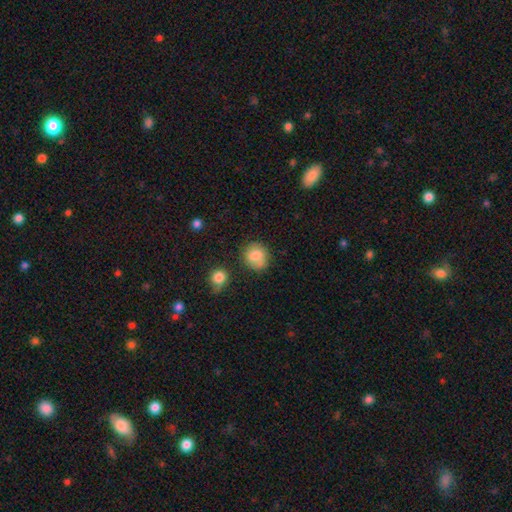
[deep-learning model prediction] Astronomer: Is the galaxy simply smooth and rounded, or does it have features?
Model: smooth — 80%.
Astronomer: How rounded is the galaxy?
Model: round — 77%.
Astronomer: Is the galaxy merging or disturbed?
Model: none — 69%.